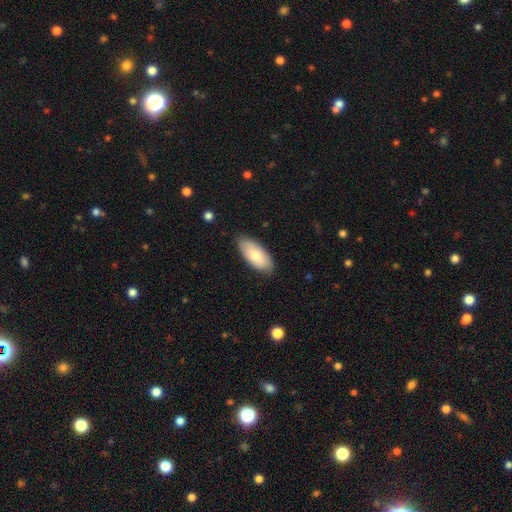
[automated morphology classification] Overall: smooth (75%). How rounded: in between (90%). Merging: none (83%).